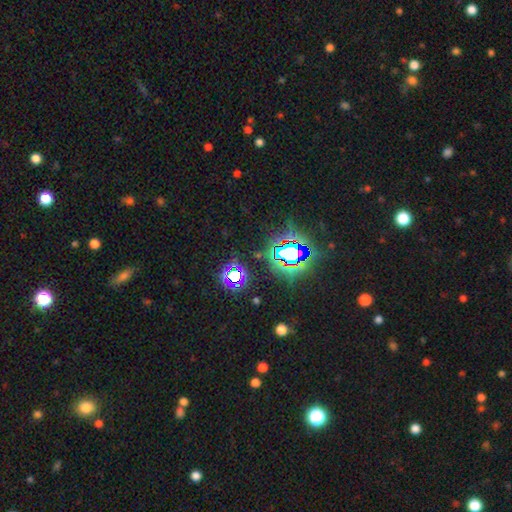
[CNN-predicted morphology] Smooth or featured: star or artifact — 81% (smooth — 12%)